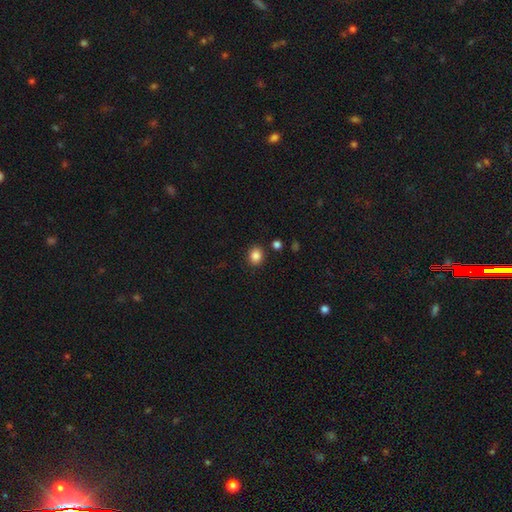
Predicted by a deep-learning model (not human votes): Overall: smooth (86%). How rounded: round (66%; in between 33%). Merging: none (87%).